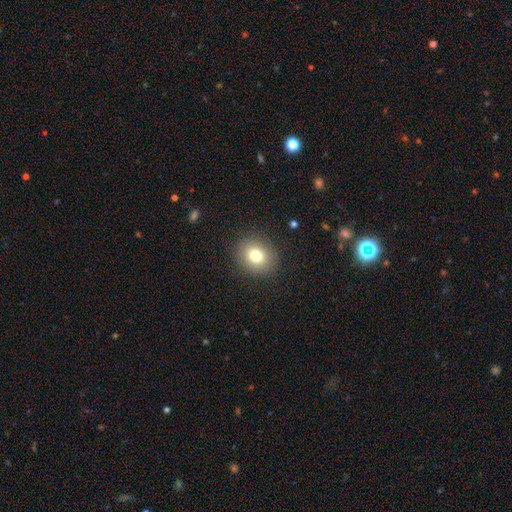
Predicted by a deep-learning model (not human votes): This is likely a smooth galaxy (79%). How rounded: likely round (72%). Merging: clearly none (88%).